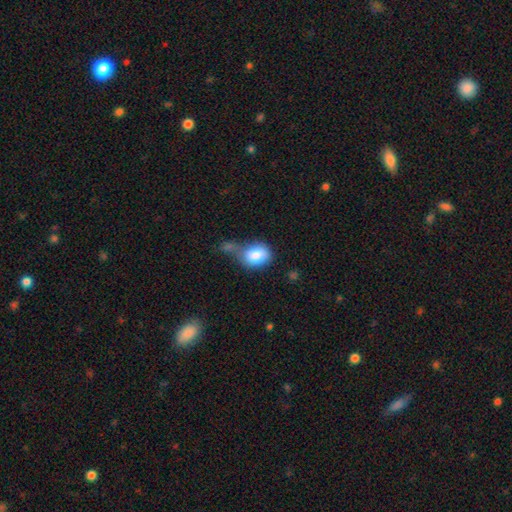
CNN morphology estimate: Smooth or featured?
  - smooth: 83% *
  - featured or disk: 9%
  - star or artifact: 8%
How rounded?
  - in between: 60% *
  - round: 39%
  - cigar-shaped: 1%
Merging?
  - none: 33% *
  - merger: 28%
  - minor disturbance: 23%
  - major disturbance: 16%